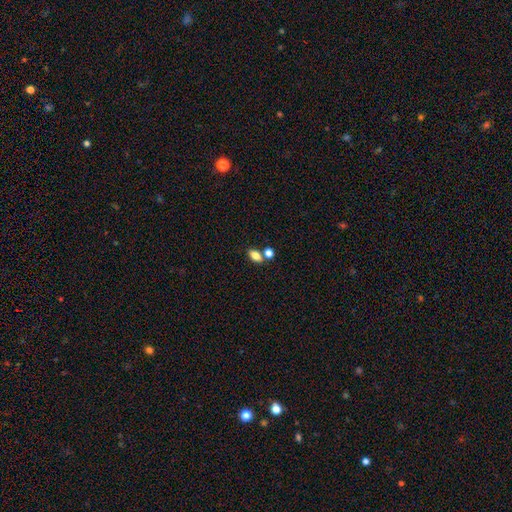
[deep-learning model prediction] This appears to be a smooth galaxy with no disk features (82%) that is in between round and cigar-shaped (84%). Merging: none (59%).